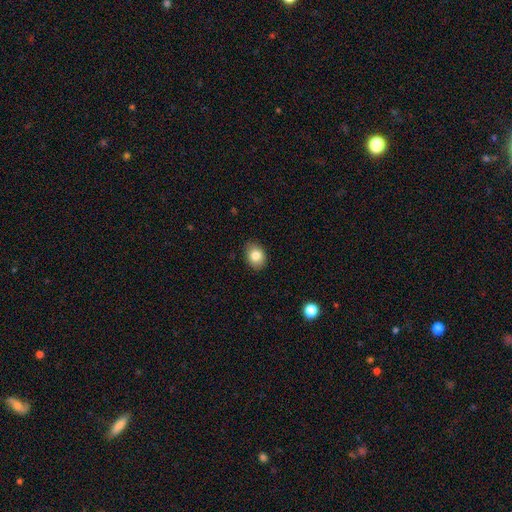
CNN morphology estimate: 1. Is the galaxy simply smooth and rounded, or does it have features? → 83% smooth, 9% star or artifact, 8% featured or disk.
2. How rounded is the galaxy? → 62% in between, 37% round, 1% cigar-shaped.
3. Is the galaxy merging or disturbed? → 86% none, 11% minor disturbance, 2% major disturbance, 1% merger.